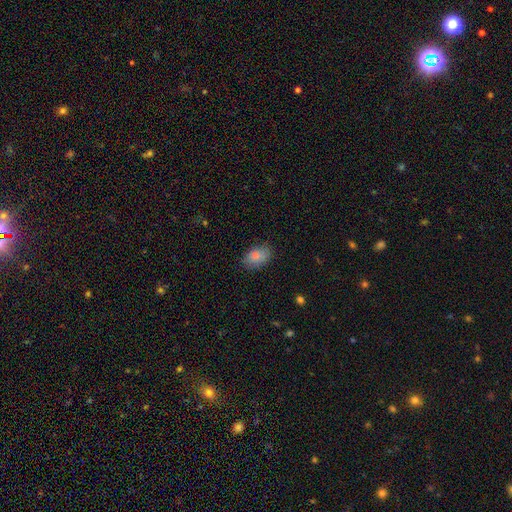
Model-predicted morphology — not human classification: The model was most divided on "smooth or featured": smooth: 77%, featured or disk: 14%, star or artifact: 9%. More confident: how rounded — in between (85%); merging — none (83%).